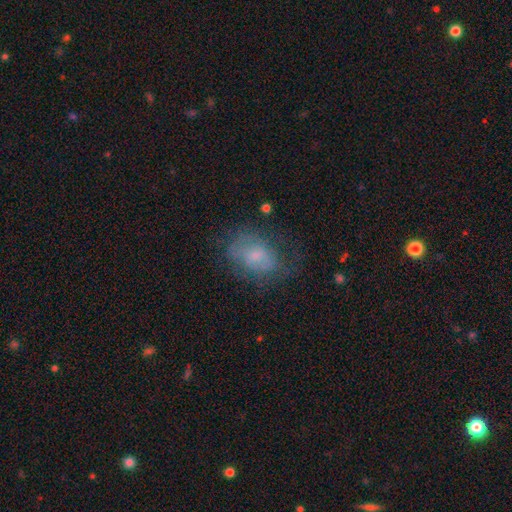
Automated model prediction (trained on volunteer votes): smooth 52%, featured or disk 38%, star or artifact 10%. Down the decision tree: how rounded — in between (76%); merging — none (54%).